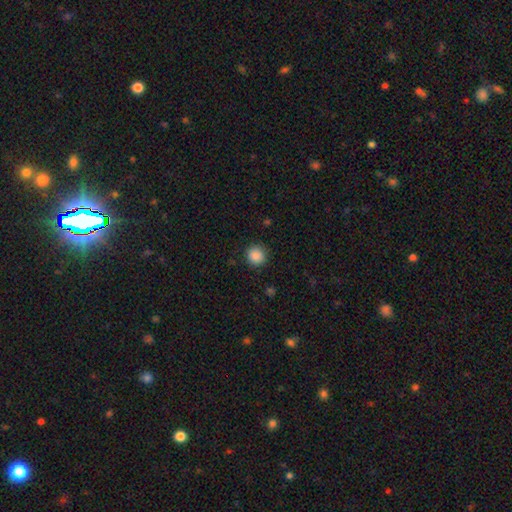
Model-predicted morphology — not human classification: Smooth or featured?
  - smooth: 88% *
  - star or artifact: 9%
  - featured or disk: 3%
How rounded?
  - round: 92% *
  - in between: 7%
  - cigar-shaped: 1%
Merging?
  - none: 90% *
  - minor disturbance: 6%
  - major disturbance: 2%
  - merger: 1%